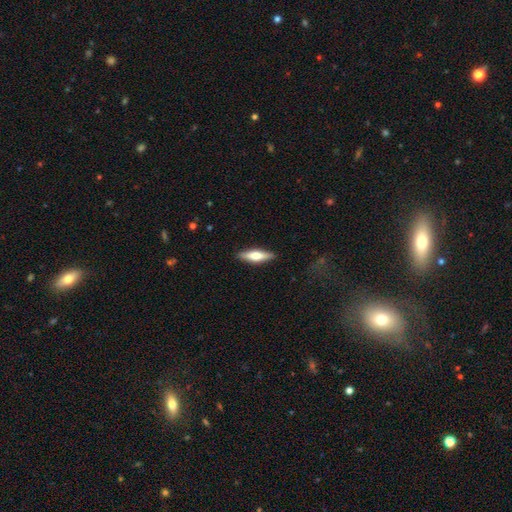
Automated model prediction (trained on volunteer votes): smooth 50%, featured or disk 44%, star or artifact 6%. Down the decision tree: how rounded — cigar-shaped (64%); merging — none (88%).